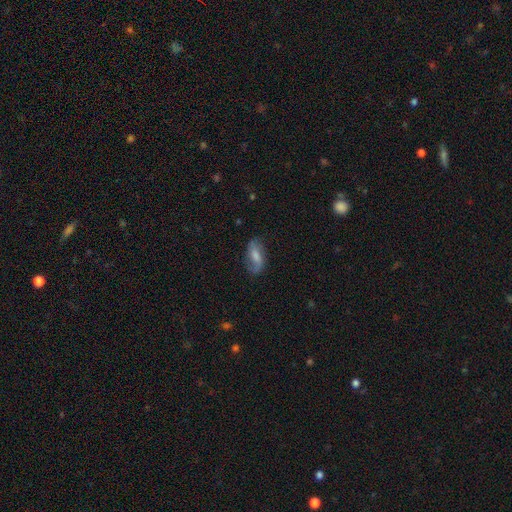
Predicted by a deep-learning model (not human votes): smooth 47%, featured or disk 45%, star or artifact 8%. Down the decision tree: merging — none (69%).